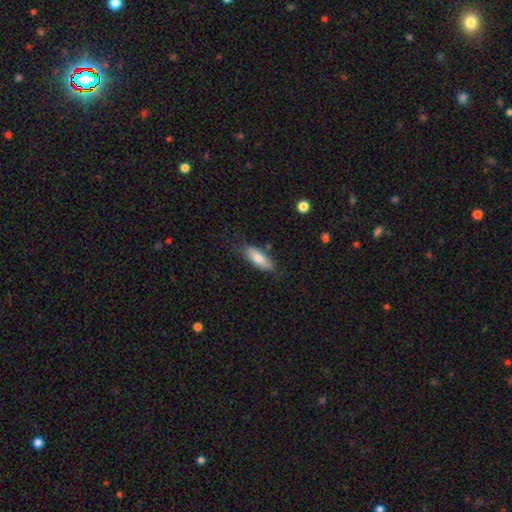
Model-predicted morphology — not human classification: Smooth or featured? Predicted: smooth (p=0.72). How rounded? Predicted: in between (p=0.65). Merging? Predicted: none (p=0.76).